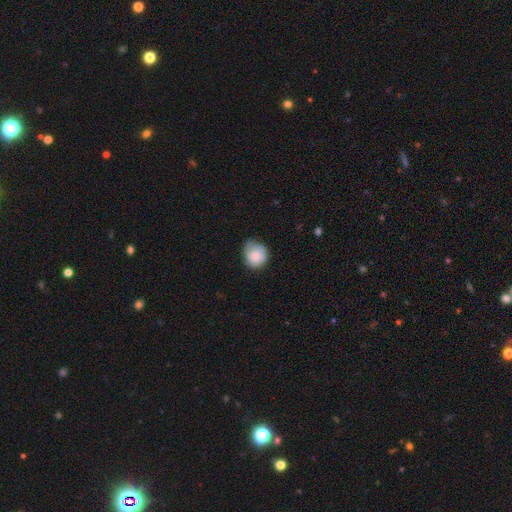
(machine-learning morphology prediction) The model was most divided on "merging": none: 61%, minor disturbance: 30%, major disturbance: 7%, merger: 1%. More confident: smooth or featured — smooth (83%); how rounded — round (80%).